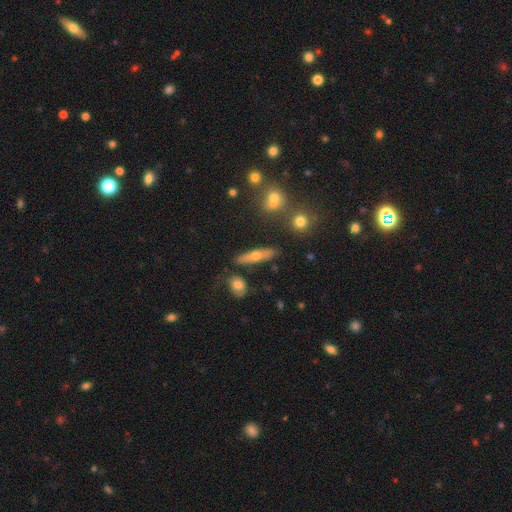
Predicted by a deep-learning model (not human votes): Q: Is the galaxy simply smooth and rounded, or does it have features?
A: featured or disk — 47%.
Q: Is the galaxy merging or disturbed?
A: none — 80%.